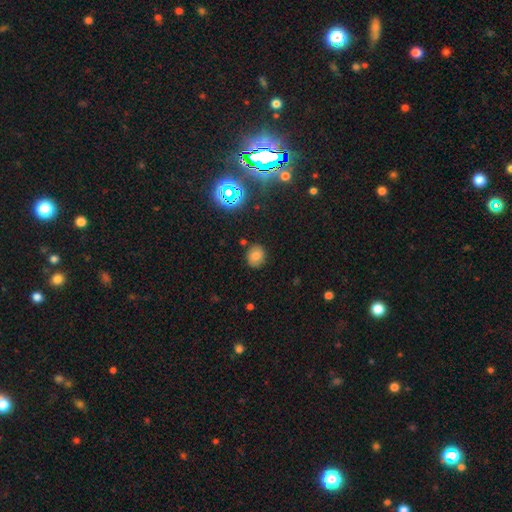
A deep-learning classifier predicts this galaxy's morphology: Overall: smooth (74%). How rounded: round (75%). Merging: none (83%).